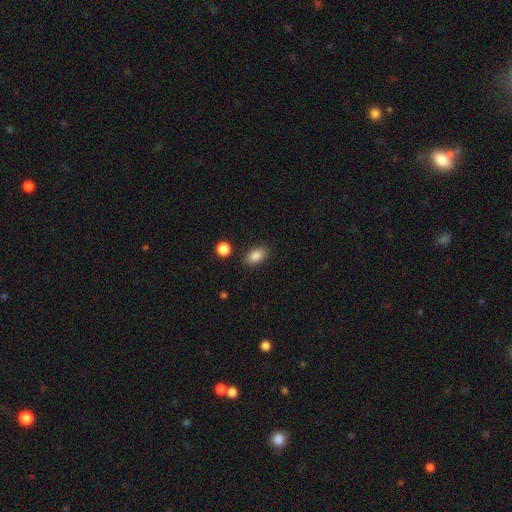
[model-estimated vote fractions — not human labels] smooth_or_featured: smooth (p=0.86) [alt: star or artifact p=0.09]
how_rounded: in between (p=0.88) [alt: round p=0.09]
merging: none (p=0.85) [alt: minor disturbance p=0.10]